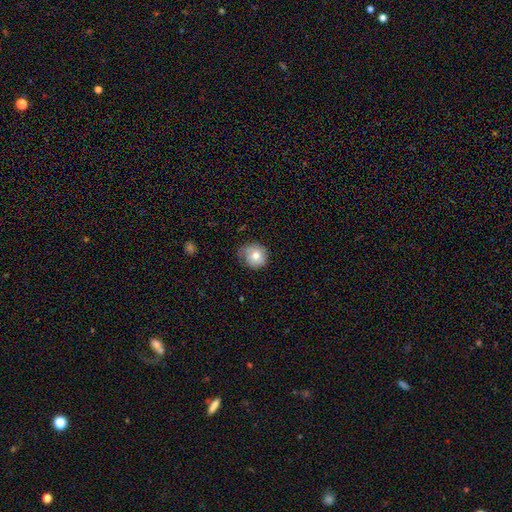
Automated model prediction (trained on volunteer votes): Overall: smooth (74%). How rounded: round (85%). Merging: none (61%; minor disturbance 30%).